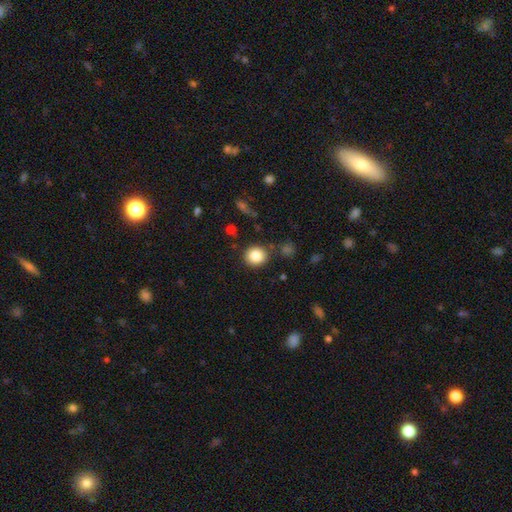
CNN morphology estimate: smooth-or-featured: smooth: 84% | star or artifact: 10% | featured or disk: 6%
  how-rounded: round: 85% | in between: 14% | cigar-shaped: 1%
  merging: none: 86% | minor disturbance: 8% | merger: 3% | major disturbance: 3%